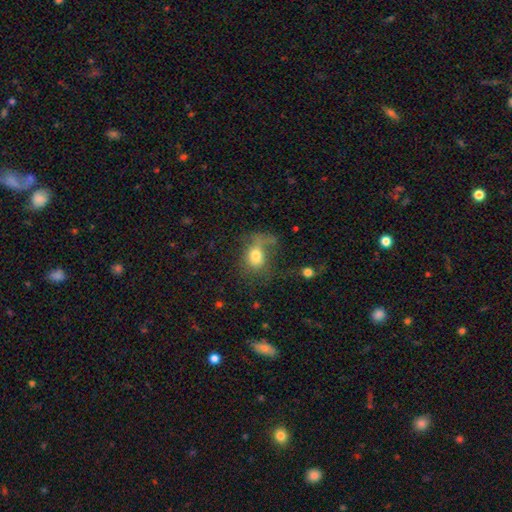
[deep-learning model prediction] Q: Smooth or featured?
A: smooth (69%); runner-up: featured or disk (19%)
Q: How rounded?
A: in between (53%); runner-up: round (45%)
Q: Merging?
A: major disturbance (38%); runner-up: none (34%)